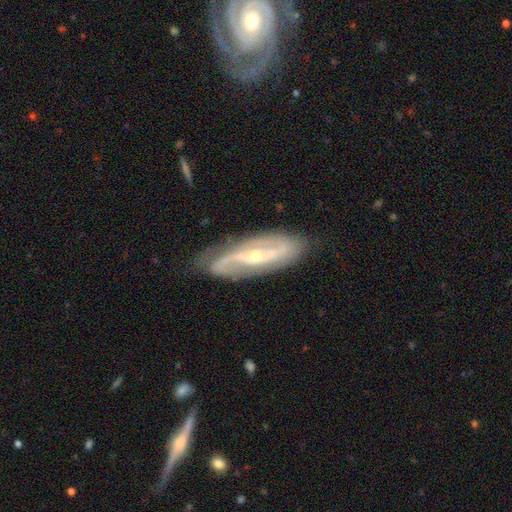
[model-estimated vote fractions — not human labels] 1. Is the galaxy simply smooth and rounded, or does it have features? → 87% featured or disk, 8% smooth, 5% star or artifact.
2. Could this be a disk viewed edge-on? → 88% no, 12% yes.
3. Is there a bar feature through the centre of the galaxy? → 42% strong, 31% weak, 26% no.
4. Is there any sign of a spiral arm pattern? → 94% yes, 6% no.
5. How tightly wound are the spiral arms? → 42% medium, 32% loose, 25% tight.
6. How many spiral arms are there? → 87% 2, 7% can't tell, 2% 1, 2% 3, 1% 4, 1% more than 4.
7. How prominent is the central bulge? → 64% small, 33% moderate, 1% large, 1% none, 1% dominant.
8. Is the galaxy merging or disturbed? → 78% none, 16% minor disturbance, 5% major disturbance, 2% merger.